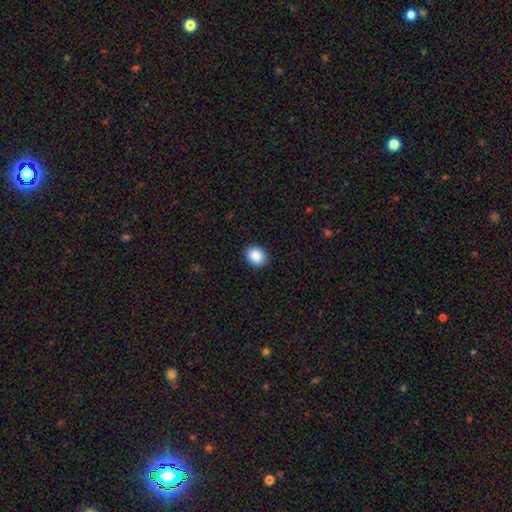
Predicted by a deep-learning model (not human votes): A smooth galaxy with no disk features (88%) that is round (52%).

Vote fractions:
- Smooth or featured? smooth: 88% / star or artifact: 8% / featured or disk: 4%
- How rounded? round: 52% / in between: 47% / cigar-shaped: 1%
- Merging? none: 90% / minor disturbance: 7% / major disturbance: 2% / merger: 1%